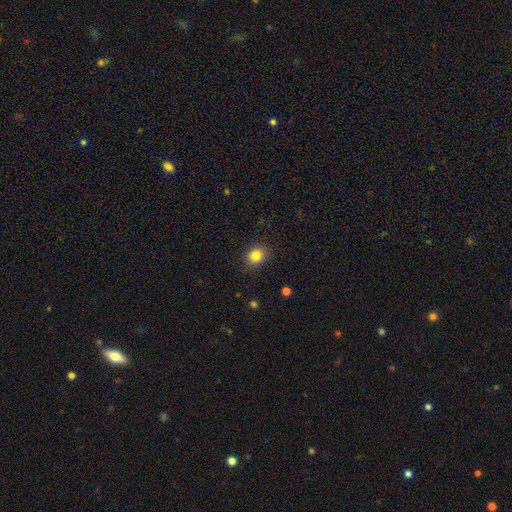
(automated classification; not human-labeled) smooth 83%, star or artifact 11%, featured or disk 6%. Down the decision tree: how rounded — round (72%); merging — none (88%).